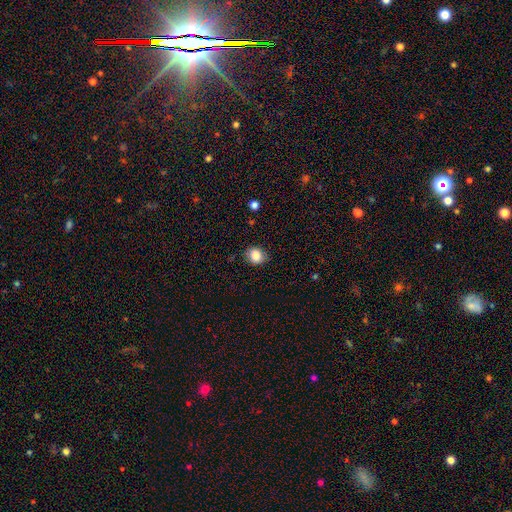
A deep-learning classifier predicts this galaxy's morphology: smooth_or_featured: smooth (p=0.85) [alt: star or artifact p=0.09]
how_rounded: round (p=0.57) [alt: in between p=0.42]
merging: none (p=0.79) [alt: minor disturbance p=0.16]